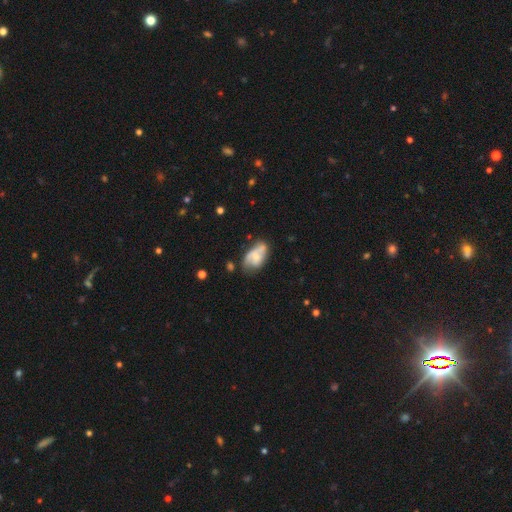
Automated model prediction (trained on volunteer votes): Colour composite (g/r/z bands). It shows a smooth galaxy with no disk features (47%). Merging: none (38%).